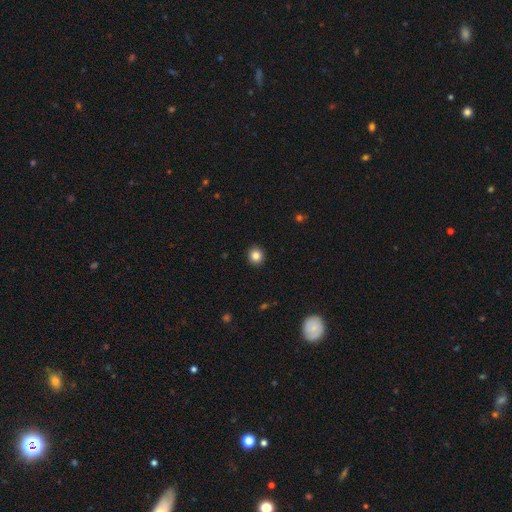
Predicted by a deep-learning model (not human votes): smooth 84%, star or artifact 11%, featured or disk 5%. Down the decision tree: how rounded — round (89%); merging — none (93%).